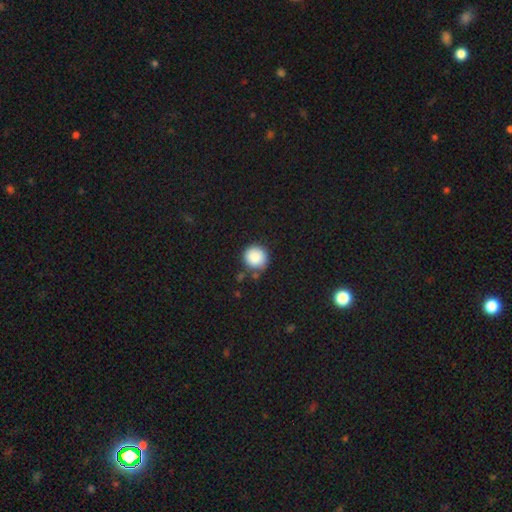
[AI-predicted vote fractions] Smooth or featured: smooth — 89% (star or artifact — 8%)
How rounded: round — 94% (in between — 5%)
Merging: none — 79% (minor disturbance — 13%)